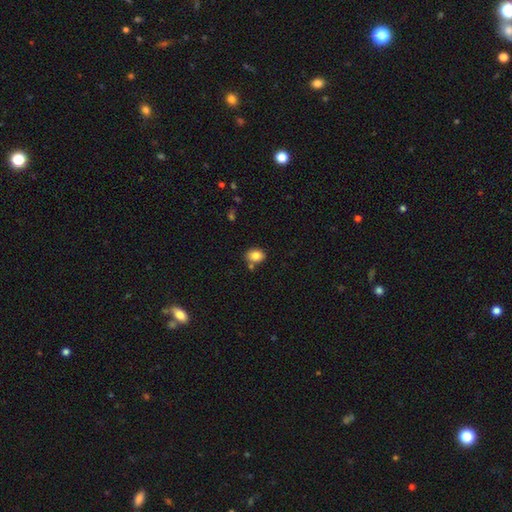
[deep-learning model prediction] Morphology: type=smooth (84%); roundness=in between (61%); merging=none (74%).